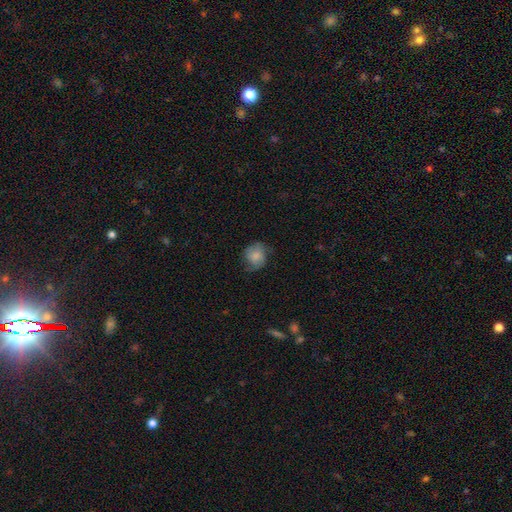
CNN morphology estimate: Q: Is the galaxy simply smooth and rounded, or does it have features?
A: smooth — 66%.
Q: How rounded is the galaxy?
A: round — 75%.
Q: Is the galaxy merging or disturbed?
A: none — 62%.